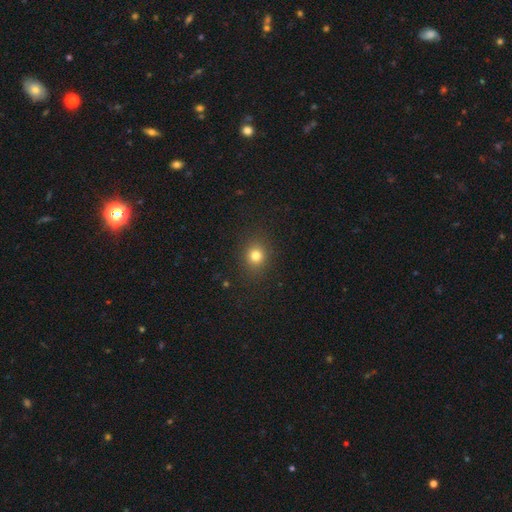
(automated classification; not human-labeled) smooth 79%, star or artifact 14%, featured or disk 7%. Down the decision tree: how rounded — round (74%); merging — none (88%).